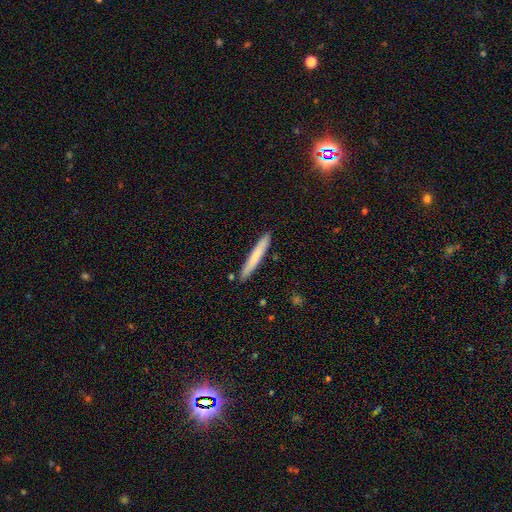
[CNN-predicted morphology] Smooth or featured? Predicted: smooth (p=0.72). How rounded? Predicted: cigar-shaped (p=0.96). Merging? Predicted: none (p=0.88).